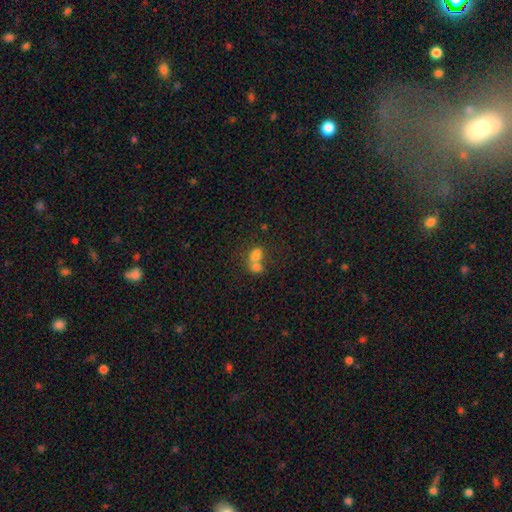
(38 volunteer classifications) smooth_or_featured: smooth (p=0.82) [alt: featured or disk p=0.13]
how_rounded: in between (p=0.65) [alt: round p=0.32]
merging: merger (p=0.83) [alt: none p=0.11]